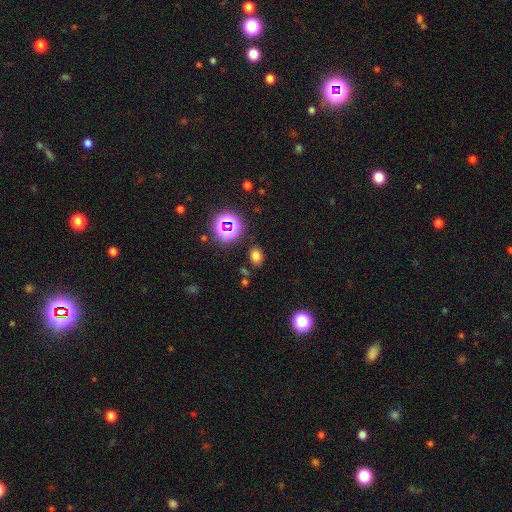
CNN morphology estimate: This appears to be a smooth galaxy with no disk features (70%) that is in between round and cigar-shaped (61%). Merging: none (82%).